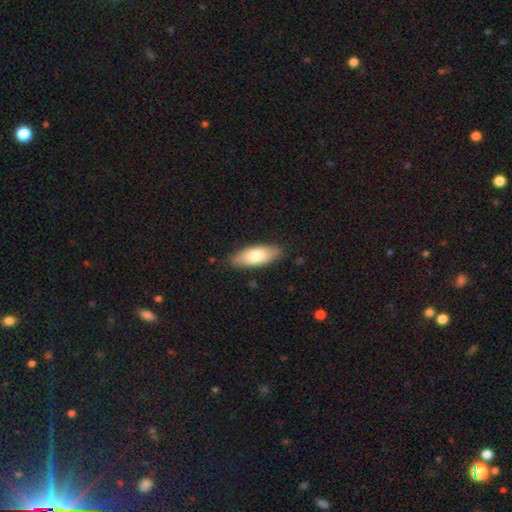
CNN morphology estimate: Overall: smooth (76%). How rounded: in between (74%). Merging: none (85%).